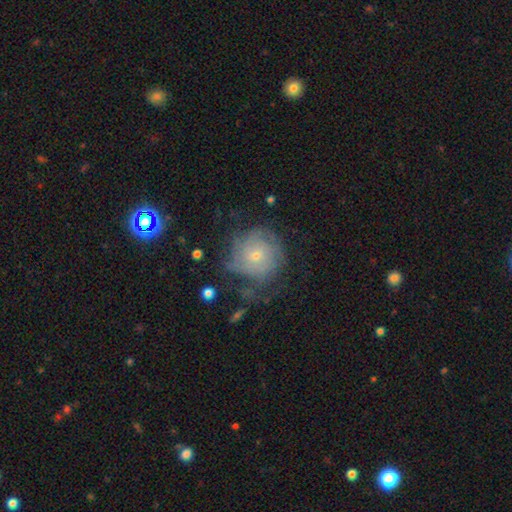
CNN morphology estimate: Smooth or featured? featured or disk (59%)
Edge-on disk? no (97%)
Bar? no (82%)
Spiral arms? yes (77%)
Bulge size? small (75%)
Merging? none (54%)